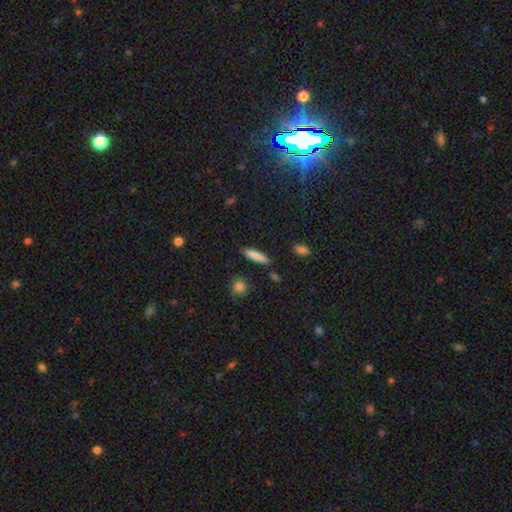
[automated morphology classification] Smooth or featured? smooth (83%)
How rounded? cigar-shaped (80%)
Merging? none (86%)